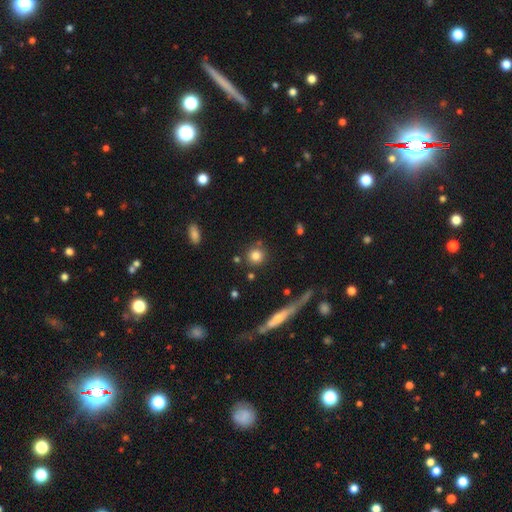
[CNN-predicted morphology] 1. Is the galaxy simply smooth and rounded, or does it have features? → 80% smooth, 11% star or artifact, 9% featured or disk.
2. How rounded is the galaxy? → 90% round, 8% in between, 2% cigar-shaped.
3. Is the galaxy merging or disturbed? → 81% none, 9% minor disturbance, 8% merger, 3% major disturbance.